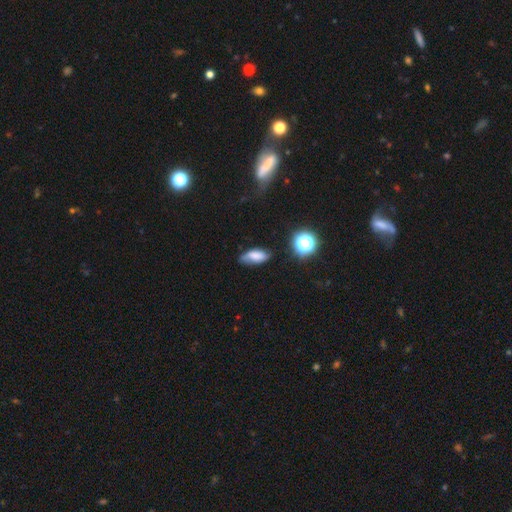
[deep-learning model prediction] A smooth galaxy with no disk features (68%) that is in between round and cigar-shaped (84%). Merging: none (62%).